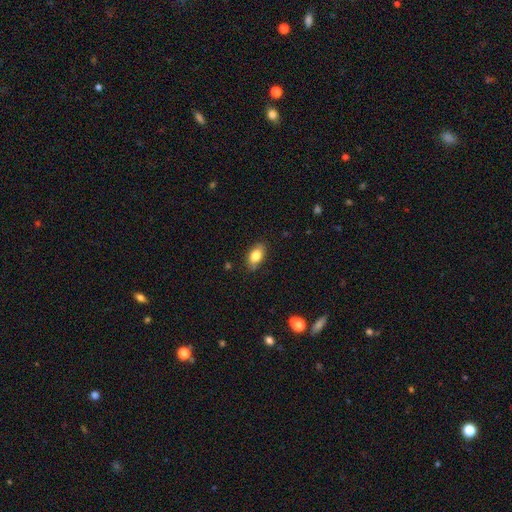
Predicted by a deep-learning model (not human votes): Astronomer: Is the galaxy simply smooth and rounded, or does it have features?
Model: smooth — 79%.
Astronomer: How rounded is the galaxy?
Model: in between — 88%.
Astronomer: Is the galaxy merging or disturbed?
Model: none — 84%.